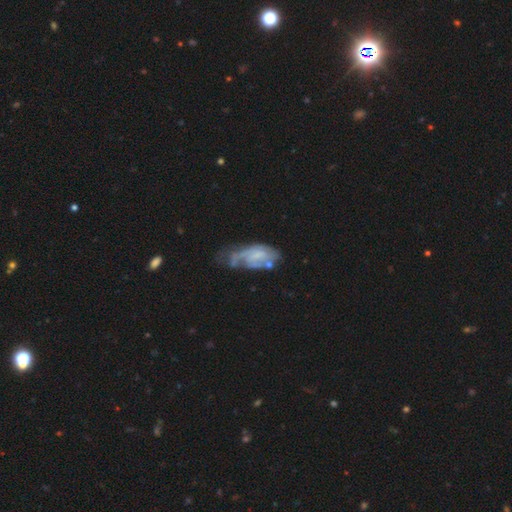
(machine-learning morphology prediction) type=featured or disk (62%); edge-on=no (94%); bar=no (60%); spiral arms=yes (67%); bulge=none (52%); merging=major disturbance (33%).